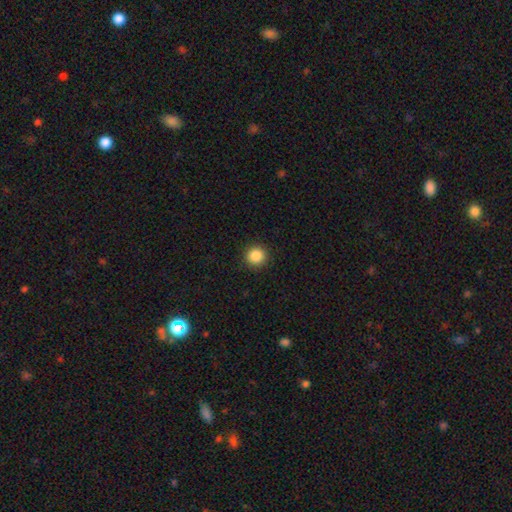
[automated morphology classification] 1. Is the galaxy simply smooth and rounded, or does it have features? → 86% smooth, 10% star or artifact, 3% featured or disk.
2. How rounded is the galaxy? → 94% round, 5% in between, 1% cigar-shaped.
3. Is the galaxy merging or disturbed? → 92% none, 5% minor disturbance, 2% major disturbance, 1% merger.